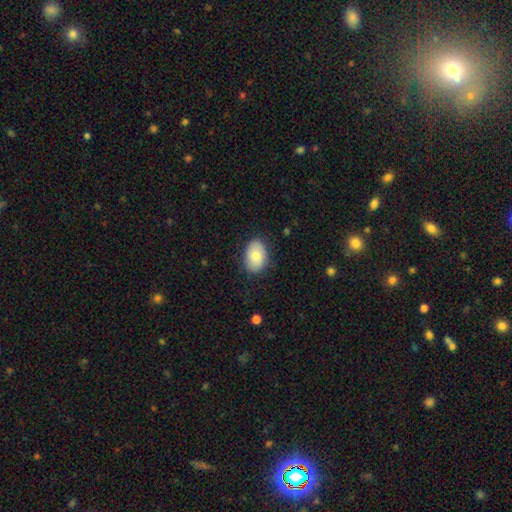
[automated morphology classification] The model was most divided on "smooth or featured": smooth: 79%, featured or disk: 15%, star or artifact: 6%. More confident: how rounded — in between (84%); merging — none (83%).